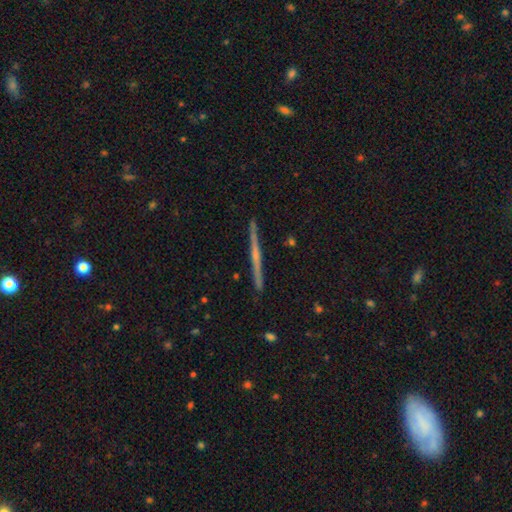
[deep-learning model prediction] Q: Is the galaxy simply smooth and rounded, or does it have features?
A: featured or disk — 71%.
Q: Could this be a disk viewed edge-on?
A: yes — 98%.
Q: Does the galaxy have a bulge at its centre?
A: none — 51%.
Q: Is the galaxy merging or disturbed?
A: none — 92%.